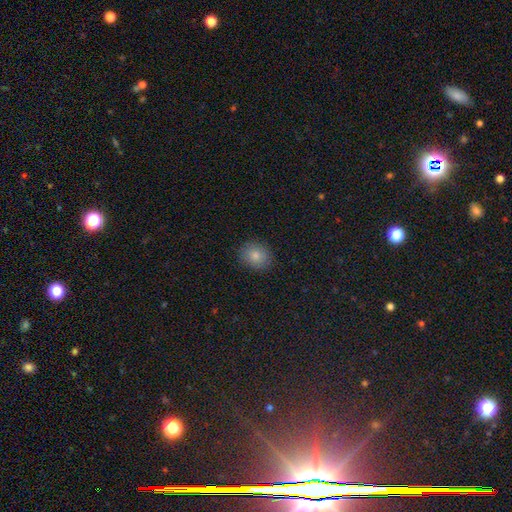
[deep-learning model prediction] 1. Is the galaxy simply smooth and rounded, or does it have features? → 83% smooth, 10% star or artifact, 8% featured or disk.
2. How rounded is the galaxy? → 63% round, 36% in between, 1% cigar-shaped.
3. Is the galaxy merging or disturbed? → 89% none, 8% minor disturbance, 2% major disturbance, 1% merger.